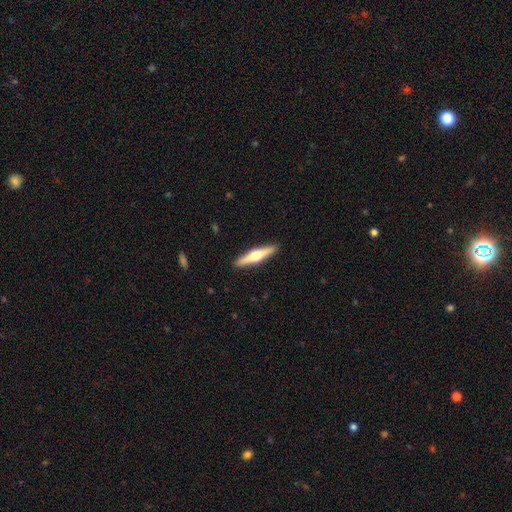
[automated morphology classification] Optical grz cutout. It shows a featured or disk galaxy (56%) viewed edge-on (96%) with a rounded central bulge (93%). Merging: none (91%).